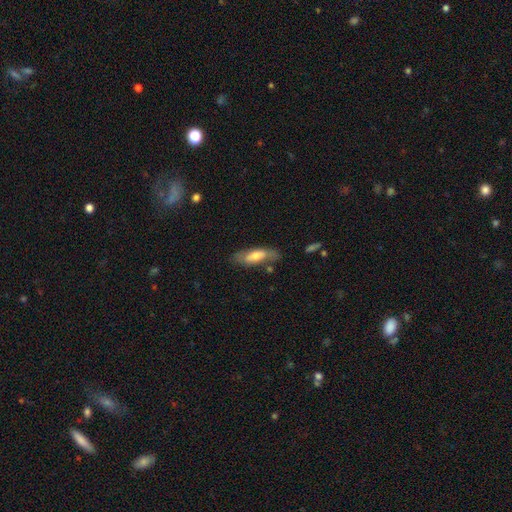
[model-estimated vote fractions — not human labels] Smooth or featured?
  - smooth: 53% *
  - featured or disk: 41%
  - star or artifact: 6%
How rounded?
  - in between: 62% *
  - cigar-shaped: 36%
  - round: 2%
Merging?
  - none: 67% *
  - minor disturbance: 21%
  - major disturbance: 7%
  - merger: 5%